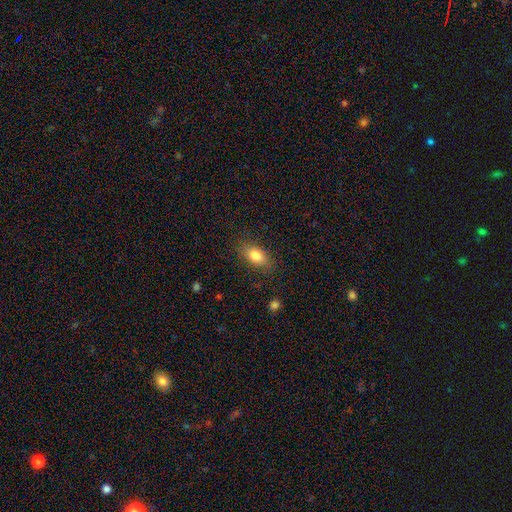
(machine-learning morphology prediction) This is clearly a smooth galaxy (82%). How rounded: clearly in between (87%). Merging: clearly none (82%).